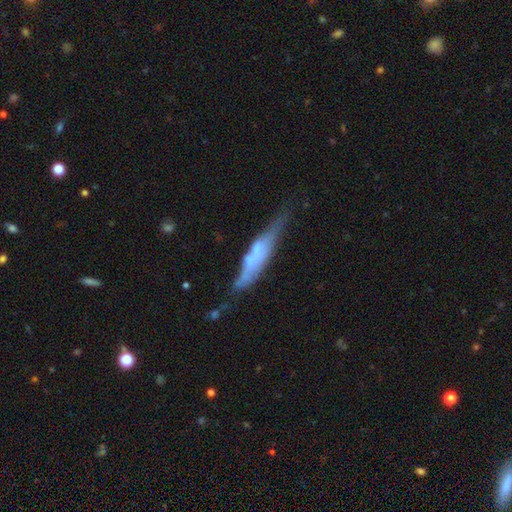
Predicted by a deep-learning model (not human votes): featured or disk 54%, smooth 39%, star or artifact 7%. Down the decision tree: edge-on disk — yes (80%); merging — none (52%).